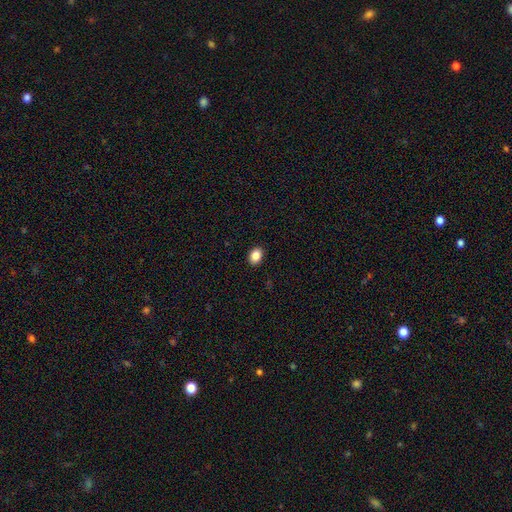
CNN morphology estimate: A smooth galaxy with no disk features (86%) that is in between round and cigar-shaped (62%).

Vote fractions:
- Smooth or featured? smooth: 86% / star or artifact: 9% / featured or disk: 5%
- How rounded? in between: 62% / round: 37% / cigar-shaped: 1%
- Merging? none: 91% / minor disturbance: 6% / major disturbance: 2% / merger: 1%